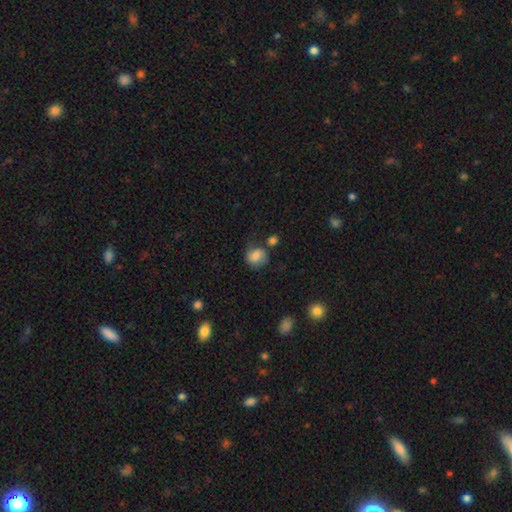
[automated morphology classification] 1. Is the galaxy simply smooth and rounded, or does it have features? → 70% smooth, 20% featured or disk, 9% star or artifact.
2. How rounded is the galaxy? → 67% round, 32% in between, 1% cigar-shaped.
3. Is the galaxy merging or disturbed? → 53% none, 26% minor disturbance, 11% major disturbance, 9% merger.